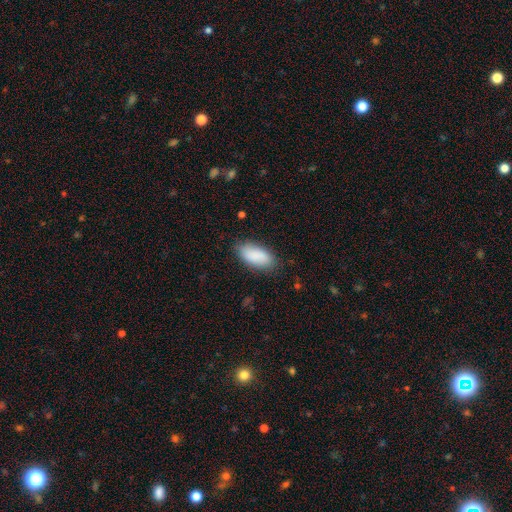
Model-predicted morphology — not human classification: smooth 88%, star or artifact 6%, featured or disk 6%. Down the decision tree: how rounded — in between (91%); merging — none (83%).